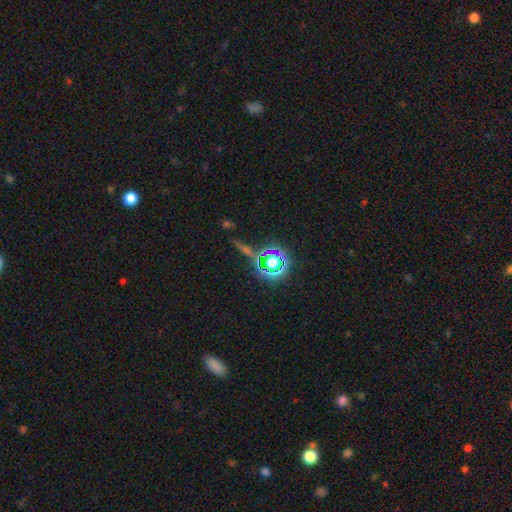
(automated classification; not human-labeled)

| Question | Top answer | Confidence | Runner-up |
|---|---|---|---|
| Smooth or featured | star or artifact | 76% | smooth (16%) |